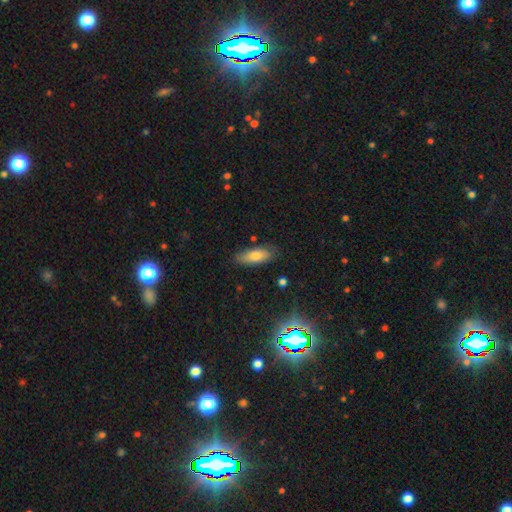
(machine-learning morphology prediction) A smooth galaxy with no disk features (74%) that is in between round and cigar-shaped (75%).

Vote fractions:
- Smooth or featured? smooth: 74% / featured or disk: 18% / star or artifact: 8%
- How rounded? in between: 75% / cigar-shaped: 22% / round: 3%
- Merging? none: 81% / minor disturbance: 15% / major disturbance: 3% / merger: 2%